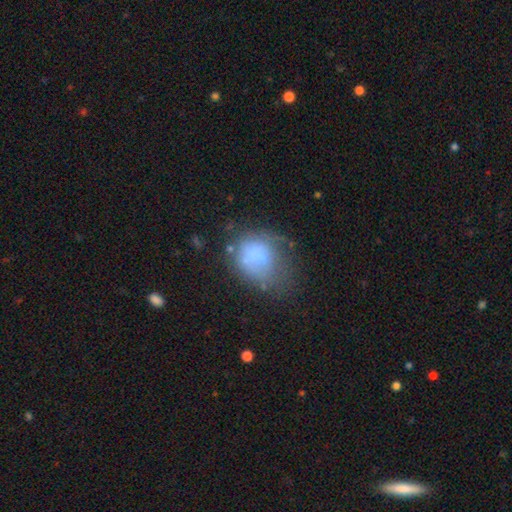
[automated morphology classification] smooth 64%, featured or disk 25%, star or artifact 11%. Down the decision tree: how rounded — round (56%); merging — none (35%).